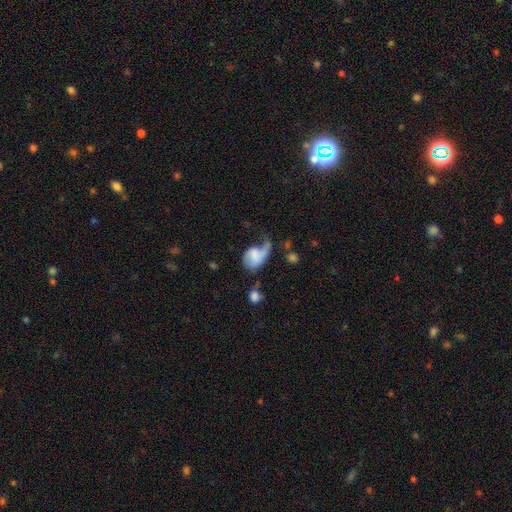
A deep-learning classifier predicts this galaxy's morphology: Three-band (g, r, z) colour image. It shows a smooth galaxy with no disk features (50%) that is in between round and cigar-shaped (68%). Merging: major disturbance (50%).